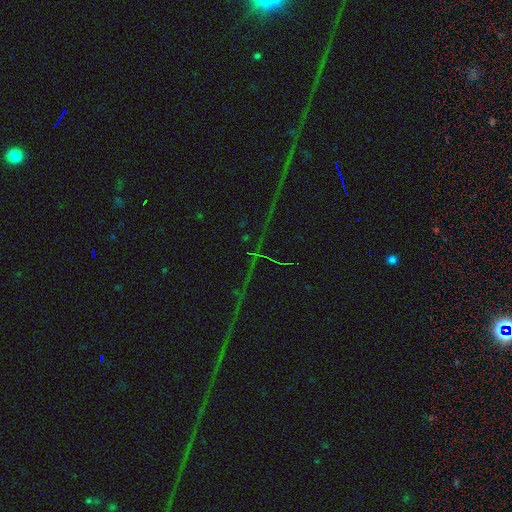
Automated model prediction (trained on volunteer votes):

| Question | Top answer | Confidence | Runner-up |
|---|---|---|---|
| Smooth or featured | star or artifact | 79% | featured or disk (12%) |